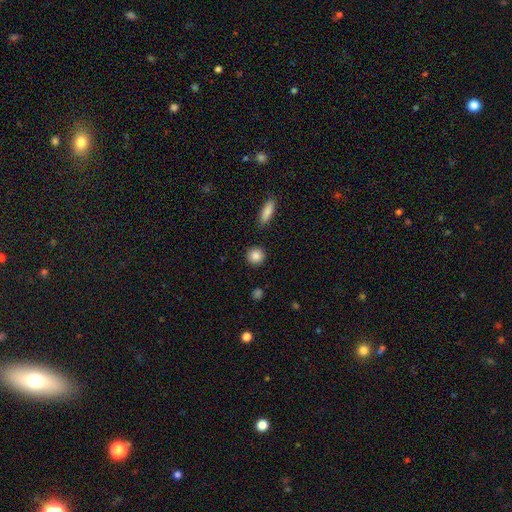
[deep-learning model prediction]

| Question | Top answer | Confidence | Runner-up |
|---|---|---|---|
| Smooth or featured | smooth | 87% | star or artifact (8%) |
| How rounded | round | 91% | in between (8%) |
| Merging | none | 90% | minor disturbance (6%) |